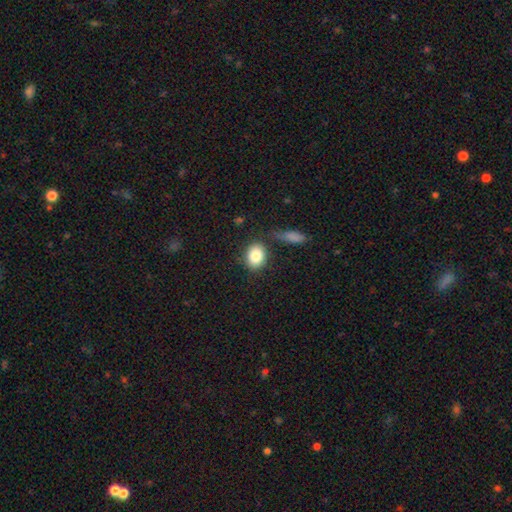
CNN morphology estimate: Q: Smooth or featured?
A: smooth (84%); runner-up: star or artifact (8%)
Q: How rounded?
A: in between (57%); runner-up: round (41%)
Q: Merging?
A: none (76%); runner-up: minor disturbance (12%)